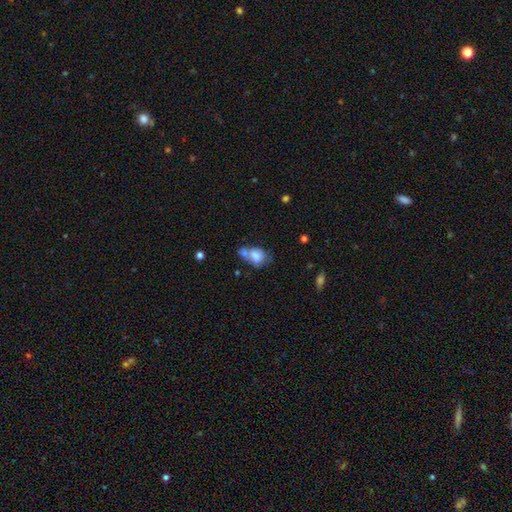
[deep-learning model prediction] This is likely a smooth galaxy (74%). How rounded: likely in between (67%). Merging: possibly merger (54%).